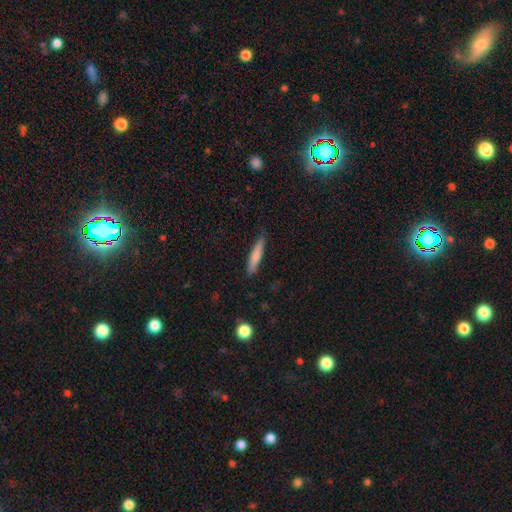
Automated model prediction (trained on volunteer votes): smooth_or_featured: smooth (p=0.77) [alt: featured or disk p=0.17]
how_rounded: cigar-shaped (p=0.90) [alt: in between p=0.09]
merging: none (p=0.86) [alt: minor disturbance p=0.11]